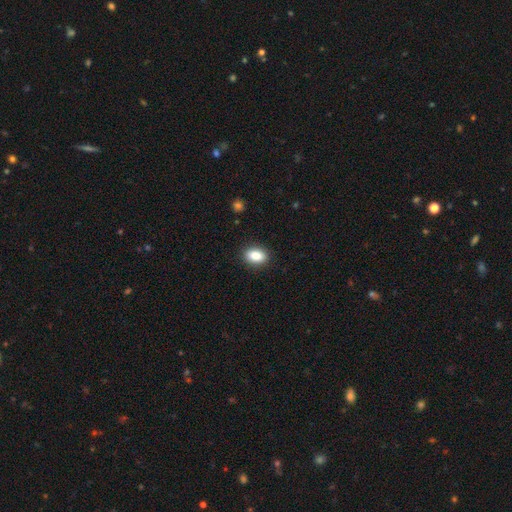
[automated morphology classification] Smooth or featured? Predicted: smooth (p=0.86). How rounded? Predicted: in between (p=0.83). Merging? Predicted: none (p=0.89).